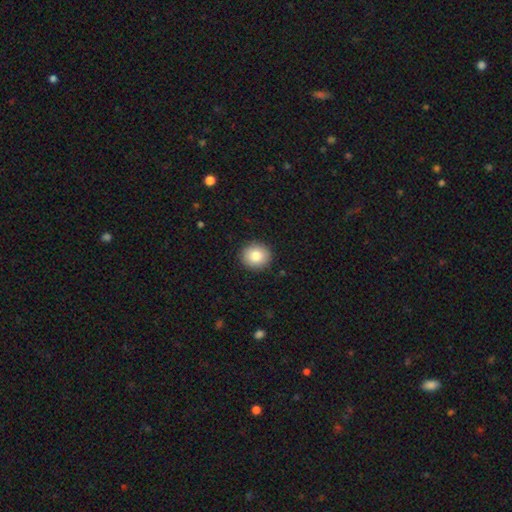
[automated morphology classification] A smooth galaxy with no disk features (83%) that is round (86%). Merging: none (91%).